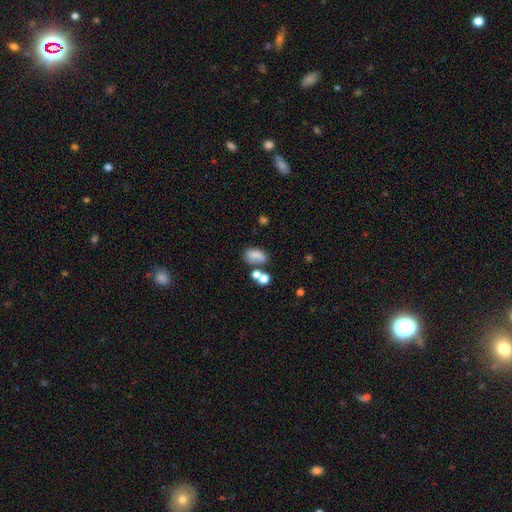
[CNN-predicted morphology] A smooth galaxy with no disk features (68%) that is in between round and cigar-shaped (79%).

Vote fractions:
- Smooth or featured? smooth: 68% / featured or disk: 18% / star or artifact: 14%
- How rounded? in between: 79% / round: 19% / cigar-shaped: 2%
- Merging? none: 37% / merger: 29% / minor disturbance: 19% / major disturbance: 14%